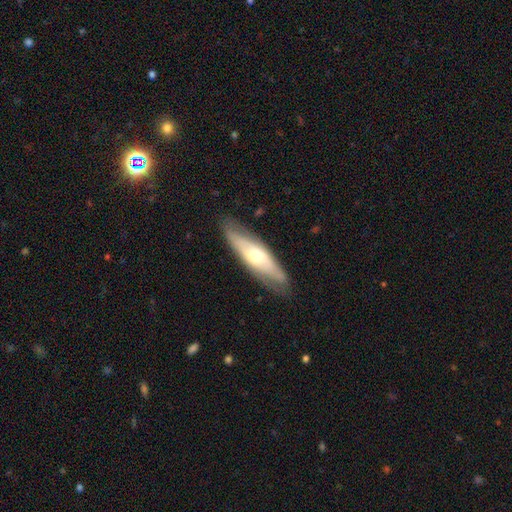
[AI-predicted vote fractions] The model was most divided on "edge-on disk": no: 52%, yes: 48%. More confident: merging — none (80%); smooth or featured — featured or disk (52%).